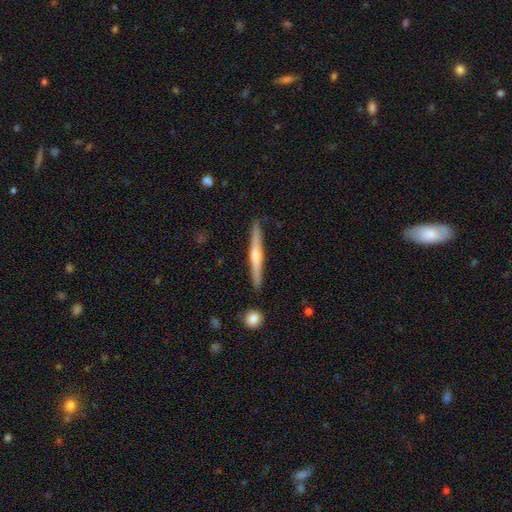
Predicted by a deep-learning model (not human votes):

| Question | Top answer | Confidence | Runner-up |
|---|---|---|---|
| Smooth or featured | featured or disk | 71% | smooth (23%) |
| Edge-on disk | yes | 98% | no (2%) |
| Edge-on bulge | rounded | 84% | none (11%) |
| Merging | none | 91% | minor disturbance (6%) |